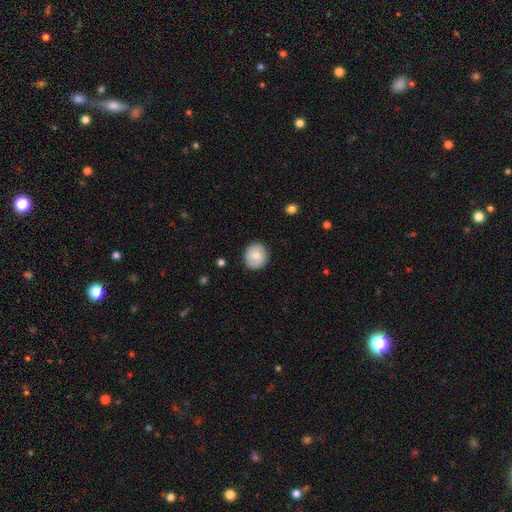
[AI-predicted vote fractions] Smooth or featured? Predicted: smooth (p=0.74). How rounded? Predicted: round (p=0.86). Merging? Predicted: none (p=0.88).